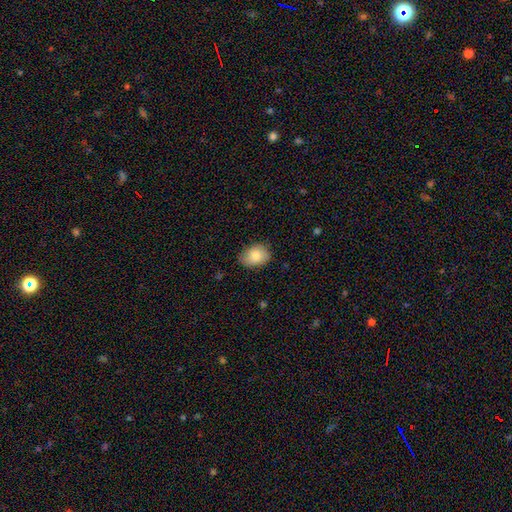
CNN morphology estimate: smooth_or_featured: smooth (p=0.83) [alt: featured or disk p=0.10]
how_rounded: in between (p=0.73) [alt: round p=0.26]
merging: none (p=0.77) [alt: minor disturbance p=0.19]